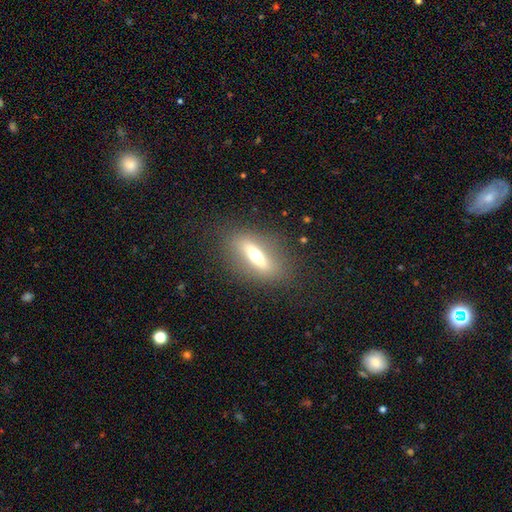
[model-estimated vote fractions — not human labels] A smooth galaxy with no disk features (49%).

Vote fractions:
- Smooth or featured? smooth: 49% / featured or disk: 41% / star or artifact: 10%
- Merging? none: 81% / minor disturbance: 11% / major disturbance: 7% / merger: 1%